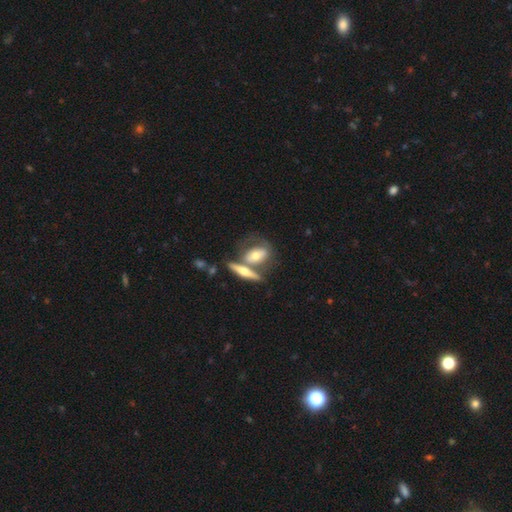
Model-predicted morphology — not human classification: Overall: smooth (48%; featured or disk 46%). Merging: merger (41%; none 38%).